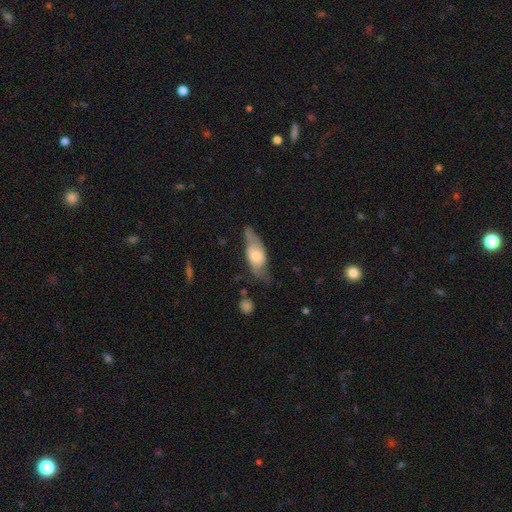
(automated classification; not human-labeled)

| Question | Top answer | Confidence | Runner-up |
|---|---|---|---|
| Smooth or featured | featured or disk | 51% | smooth (43%) |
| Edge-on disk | no | 55% | yes (45%) |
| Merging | none | 52% | minor disturbance (29%) |